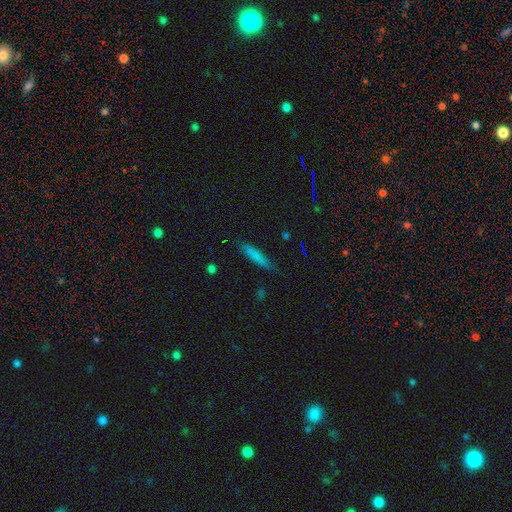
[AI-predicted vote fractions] The model was most divided on "smooth or featured": smooth: 75%, featured or disk: 16%, star or artifact: 9%. More confident: how rounded — cigar-shaped (83%); merging — none (81%).